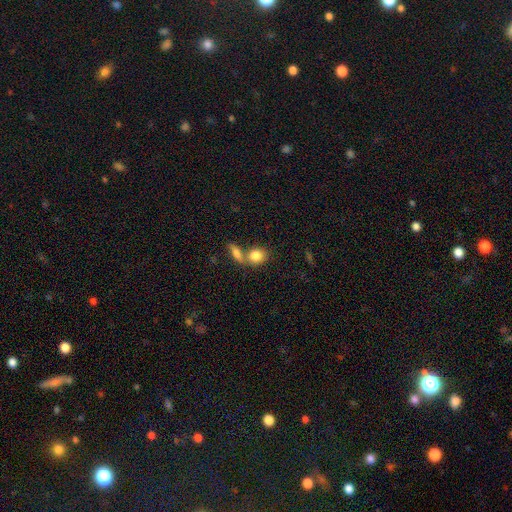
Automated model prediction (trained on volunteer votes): This is clearly a smooth galaxy (83%). How rounded: possibly in between (49%). Merging: marginally merger (45%).